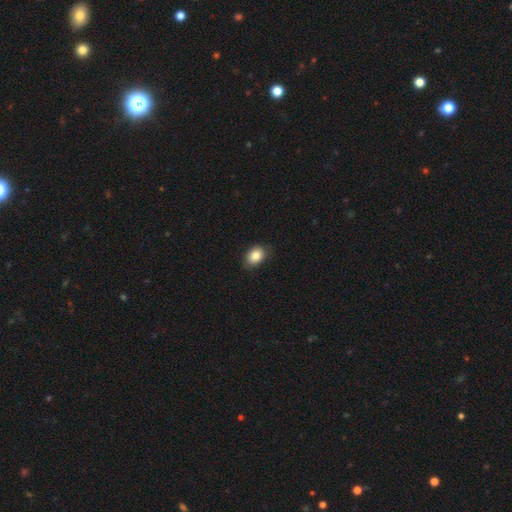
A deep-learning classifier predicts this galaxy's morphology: Smooth or featured? smooth (85%)
How rounded? in between (69%)
Merging? none (82%)